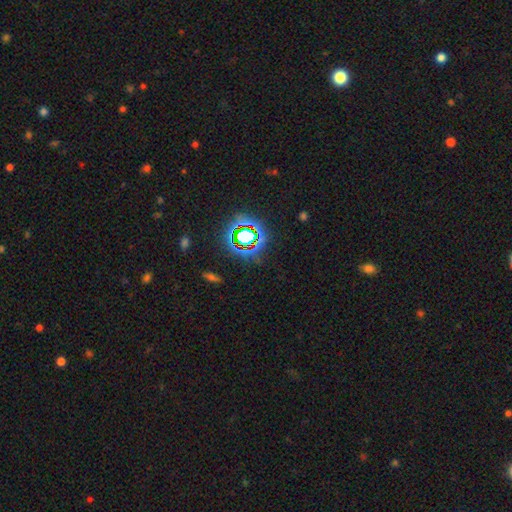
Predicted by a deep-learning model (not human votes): The model was most divided on "smooth or featured": star or artifact: 67%, smooth: 21%, featured or disk: 11%.